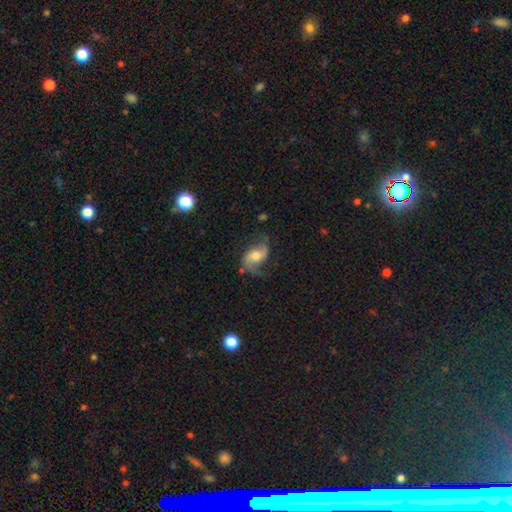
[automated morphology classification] The model was most divided on "bar": no: 54%, weak: 37%, strong: 9%. More confident: edge-on disk — no (97%); spiral arms — yes (93%); spiral arm count — 2 (87%); smooth or featured — featured or disk (73%); merging — none (60%); spiral winding — loose (58%); bulge size — moderate (51%).